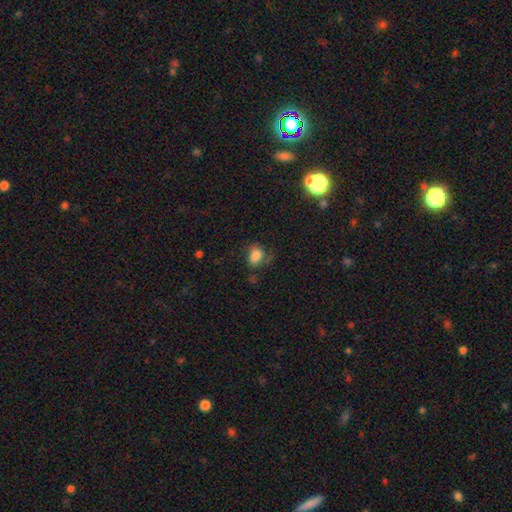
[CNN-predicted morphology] This appears to be a smooth galaxy with no disk features (75%) that is in between round and cigar-shaped (65%). Merging: none (50%).